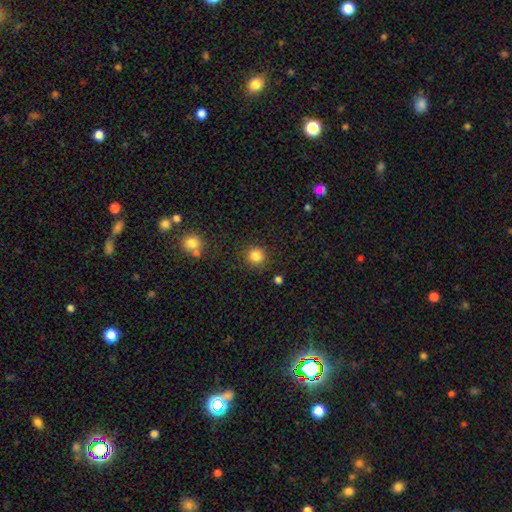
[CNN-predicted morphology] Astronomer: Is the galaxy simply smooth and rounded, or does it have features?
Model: smooth — 84%.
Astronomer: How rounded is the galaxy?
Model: round — 93%.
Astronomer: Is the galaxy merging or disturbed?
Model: none — 88%.